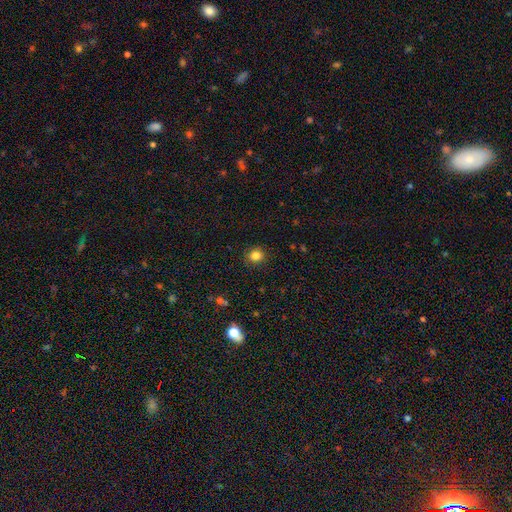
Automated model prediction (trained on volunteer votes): smooth 83%, star or artifact 13%, featured or disk 4%. Down the decision tree: how rounded — round (85%); merging — none (89%).